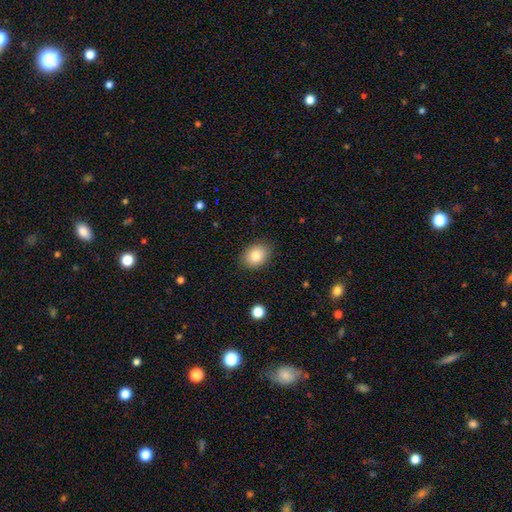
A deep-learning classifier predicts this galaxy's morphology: A smooth galaxy with no disk features (84%) that is in between round and cigar-shaped (64%). Merging: none (87%).